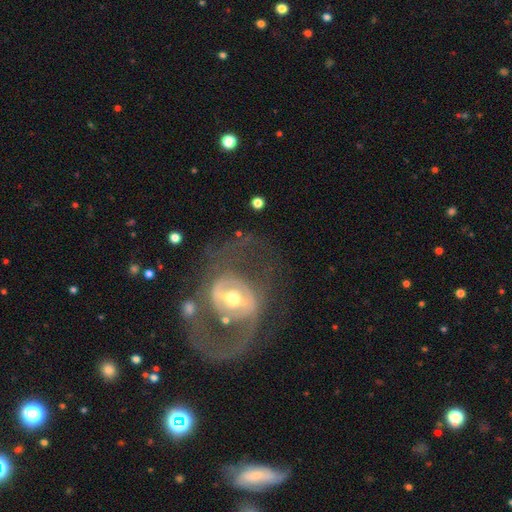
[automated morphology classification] A featured or disk galaxy (82%) with a weak bar (39%), 2 (81%) medium (49%) spiral arms (83%) and a moderate central bulge (46%).

Vote fractions:
- Smooth or featured? featured or disk: 82% / smooth: 10% / star or artifact: 8%
- Edge-on disk? no: 97% / yes: 3%
- Bar? weak: 39% / no: 32% / strong: 29%
- Spiral arms? yes: 83% / no: 17%
- Spiral winding? medium: 49% / loose: 29% / tight: 22%
- Spiral arm count? 2: 81% / can't tell: 8% / 1: 5% / 3: 2% / 4: 1% / more than 4: 1%
- Bulge size? moderate: 46% / small: 45% / large: 6% / none: 2% / dominant: 2%
- Merging? none: 59% / major disturbance: 21% / minor disturbance: 14% / merger: 6%